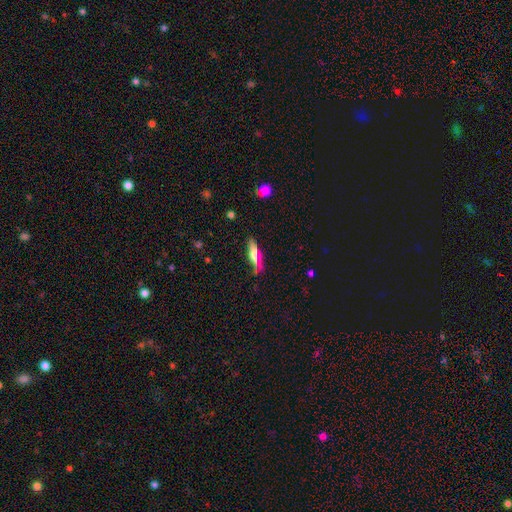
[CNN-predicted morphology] smooth_or_featured: smooth (p=0.54) [alt: featured or disk p=0.38]
how_rounded: cigar-shaped (p=0.65) [alt: in between p=0.32]
merging: none (p=0.73) [alt: minor disturbance p=0.18]